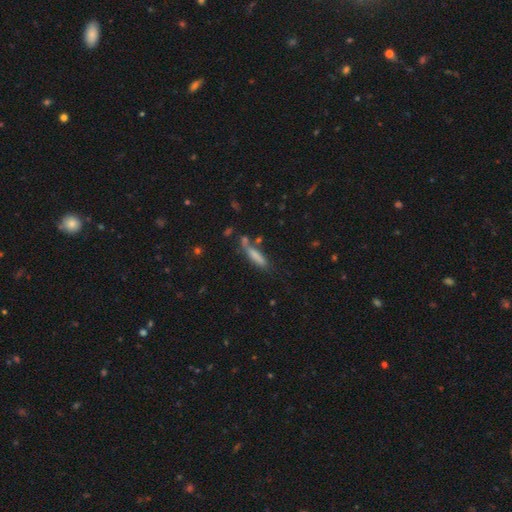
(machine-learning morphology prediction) Smooth or featured?
  - smooth: 74% *
  - featured or disk: 19%
  - star or artifact: 8%
How rounded?
  - cigar-shaped: 80% *
  - in between: 18%
  - round: 2%
Merging?
  - none: 59% *
  - minor disturbance: 19%
  - merger: 14%
  - major disturbance: 7%